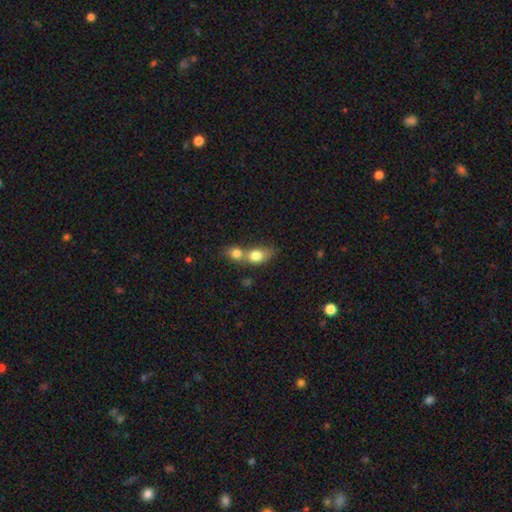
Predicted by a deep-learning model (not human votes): smooth 78%, featured or disk 14%, star or artifact 9%. Down the decision tree: how rounded — in between (61%); merging — merger (70%).